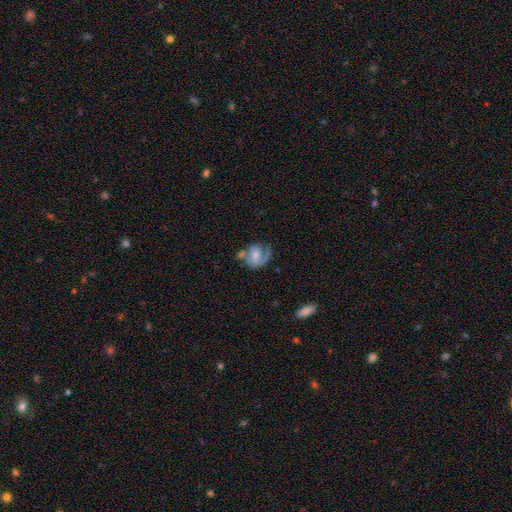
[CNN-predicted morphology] Smooth or featured: featured or disk — 63% (smooth — 30%)
Edge-on disk: no — 97% (yes — 3%)
Bar: weak — 46% (no — 39%)
Spiral arms: yes — 83% (no — 17%)
Spiral winding: medium — 44% (tight — 34%)
Spiral arm count: 2 — 44% (1 — 43%)
Bulge size: moderate — 42% (small — 37%)
Merging: none — 42% (minor disturbance — 21%)